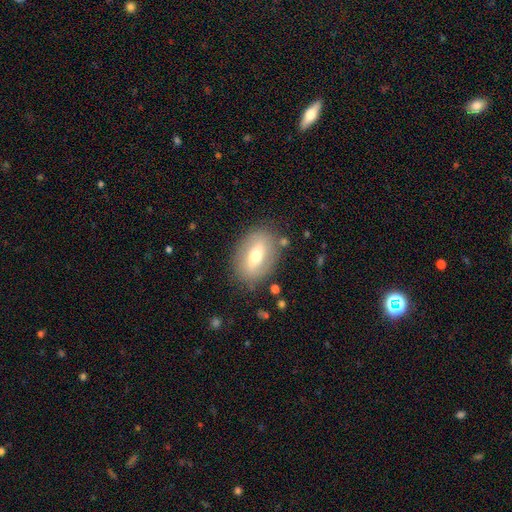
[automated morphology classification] This appears to be a smooth galaxy with no disk features (50%) that is in between round and cigar-shaped (83%). Merging: none (81%).